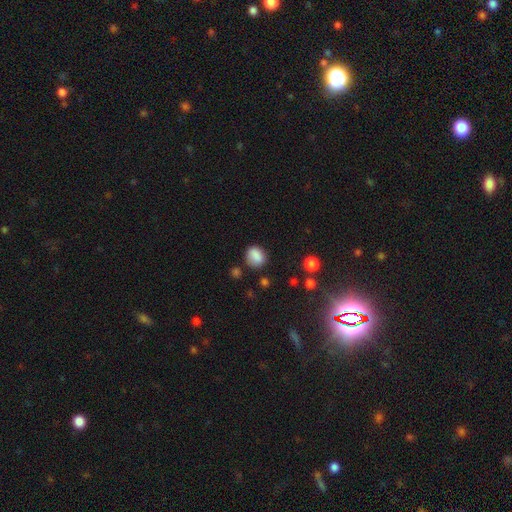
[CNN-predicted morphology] A smooth galaxy with no disk features (84%) that is round (55%). Merging: none (75%).